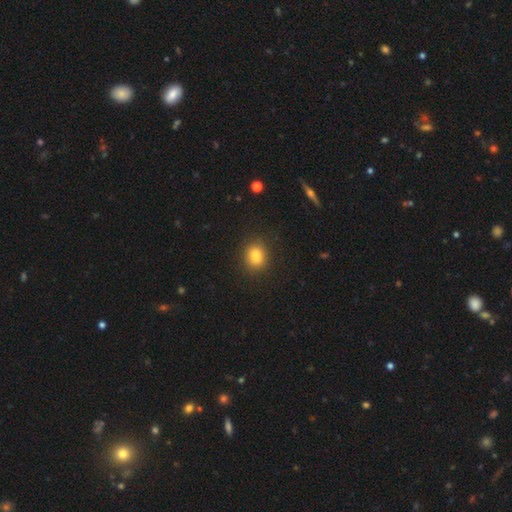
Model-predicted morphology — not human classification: Q: Smooth or featured?
A: smooth (82%); runner-up: star or artifact (11%)
Q: How rounded?
A: round (58%); runner-up: in between (41%)
Q: Merging?
A: none (86%); runner-up: minor disturbance (9%)